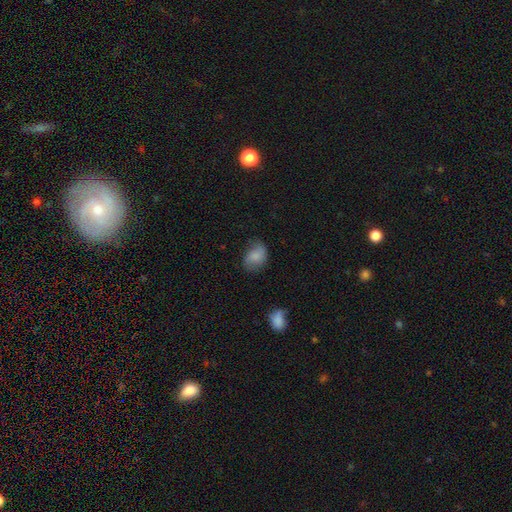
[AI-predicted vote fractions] Overall: smooth (73%). How rounded: in between (74%). Merging: none (58%; minor disturbance 30%).